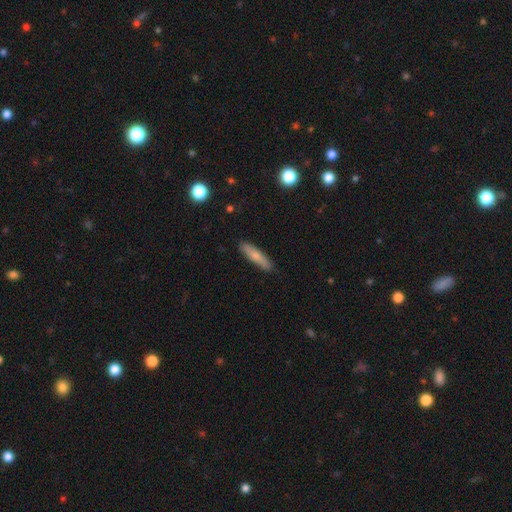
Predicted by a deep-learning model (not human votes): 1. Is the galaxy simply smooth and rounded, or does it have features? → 74% smooth, 20% featured or disk, 6% star or artifact.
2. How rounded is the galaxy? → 79% cigar-shaped, 19% in between, 2% round.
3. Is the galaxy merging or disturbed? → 88% none, 9% minor disturbance, 2% major disturbance, 1% merger.